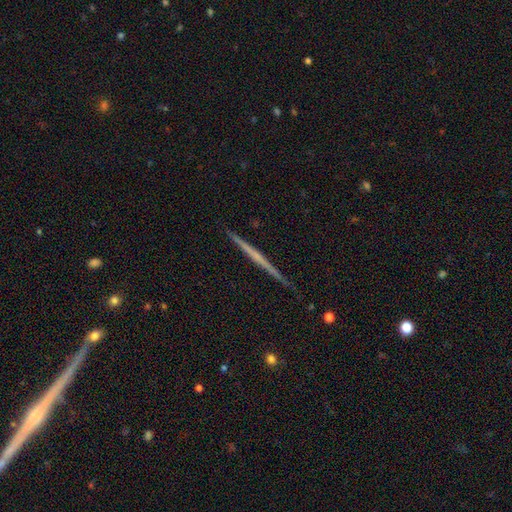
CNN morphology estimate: Smooth or featured? Predicted: featured or disk (p=0.68). Edge-on disk? Predicted: yes (p=0.98). Edge-on bulge? Predicted: none (p=0.79). Merging? Predicted: none (p=0.92).